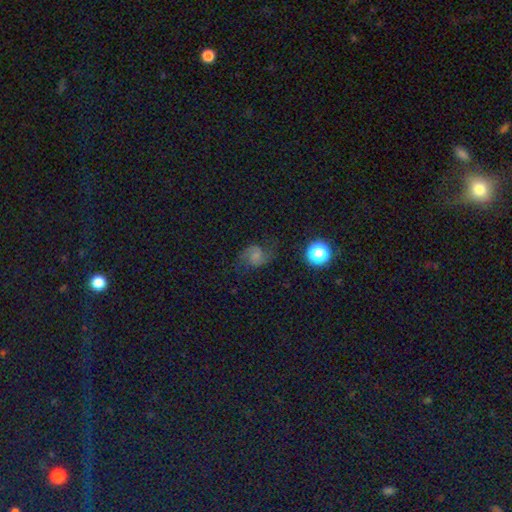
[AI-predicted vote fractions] Smooth or featured?
  - featured or disk: 66% *
  - smooth: 20%
  - star or artifact: 14%
Edge-on disk?
  - no: 98% *
  - yes: 2%
Bar?
  - no: 58% *
  - weak: 35%
  - strong: 7%
Spiral arms?
  - yes: 95% *
  - no: 5%
Spiral winding?
  - medium: 46% *
  - loose: 42%
  - tight: 12%
Spiral arm count?
  - 2: 91% *
  - can't tell: 3%
  - 1: 3%
  - 3: 1%
  - 4: 1%
  - more than 4: 1%
Bulge size?
  - none: 43% *
  - small: 28%
  - moderate: 19%
  - large: 7%
  - dominant: 3%
Merging?
  - none: 68% *
  - minor disturbance: 18%
  - major disturbance: 12%
  - merger: 2%